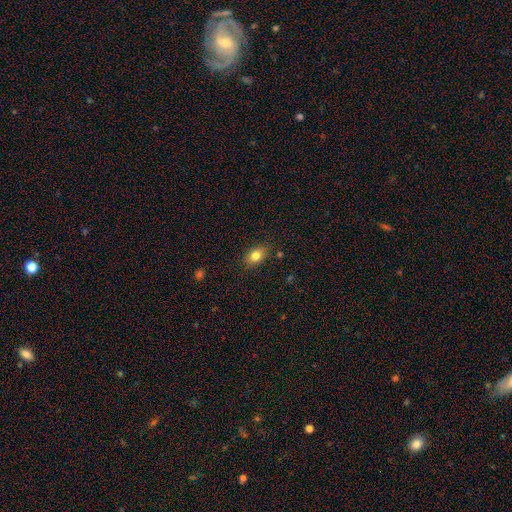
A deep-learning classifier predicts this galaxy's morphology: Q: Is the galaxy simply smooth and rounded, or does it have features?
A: smooth — 81%.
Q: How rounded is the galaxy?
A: in between — 74%.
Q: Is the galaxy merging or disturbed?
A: none — 84%.